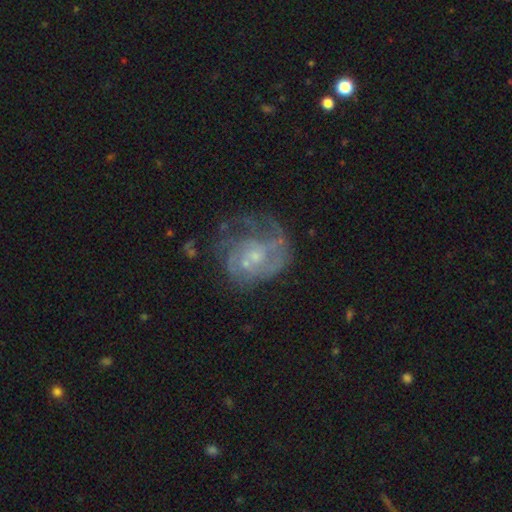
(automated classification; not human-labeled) smooth-or-featured: featured or disk: 78% | smooth: 14% | star or artifact: 8%
  disk-edge-on: no: 98% | yes: 2%
    bar: no: 73% | weak: 24% | strong: 3%
    has-spiral-arms: yes: 81% | no: 19%
      spiral-winding: tight: 43% | medium: 38% | loose: 18%
      spiral-arm-count: can't tell: 39% | 2: 21% | 3: 17% | 1: 12% | 4: 6% | more than 4: 5%
    bulge-size: small: 66% | moderate: 23% | none: 8% | large: 2% | dominant: 1%
  merging: none: 43% | major disturbance: 29% | minor disturbance: 20% | merger: 8%